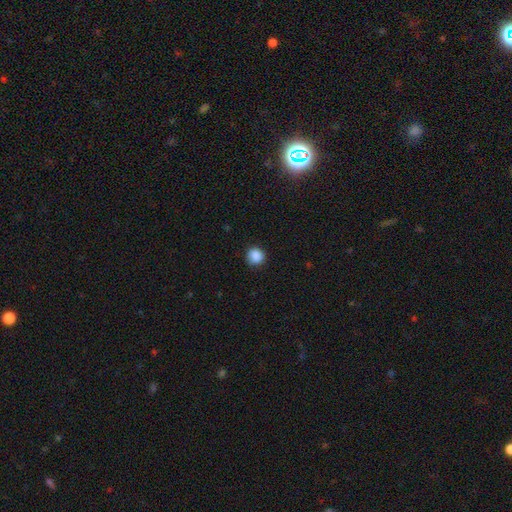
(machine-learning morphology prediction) smooth_or_featured: smooth (p=0.88) [alt: star or artifact p=0.09]
how_rounded: round (p=0.92) [alt: in between p=0.07]
merging: none (p=0.88) [alt: minor disturbance p=0.09]